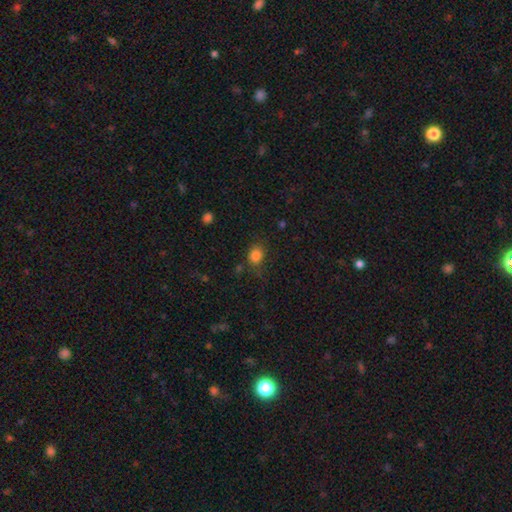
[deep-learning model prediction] A smooth galaxy with no disk features (83%) that is round (62%). Merging: none (72%).